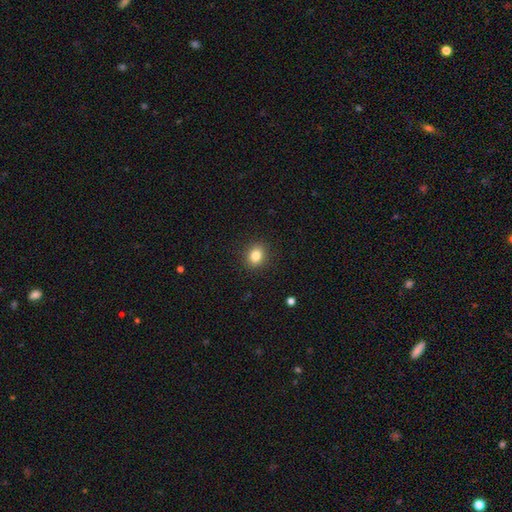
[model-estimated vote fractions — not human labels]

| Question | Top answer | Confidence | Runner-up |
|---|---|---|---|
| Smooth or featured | smooth | 83% | star or artifact (11%) |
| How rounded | round | 64% | in between (35%) |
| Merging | none | 90% | minor disturbance (7%) |